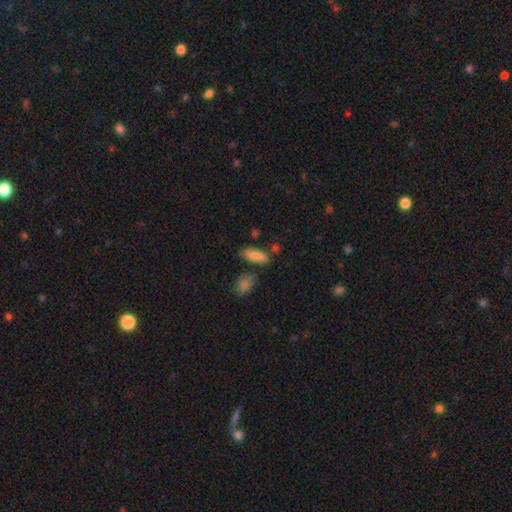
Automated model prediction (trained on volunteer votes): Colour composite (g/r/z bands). It shows a smooth galaxy with no disk features (82%) that is in between round and cigar-shaped (72%). Merging: none (63%).